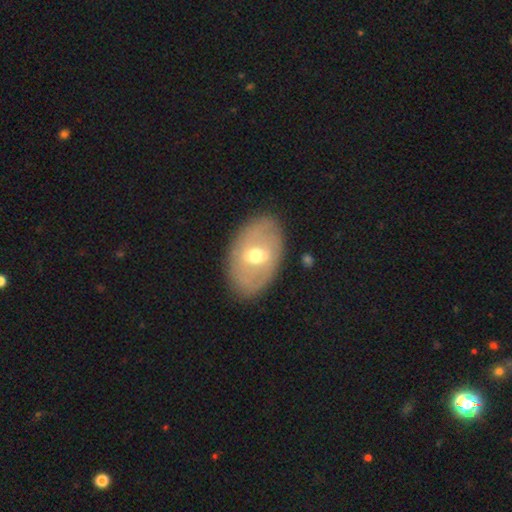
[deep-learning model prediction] A featured or disk galaxy (59%) with a weak bar (51%), no spiral arms (65%) and a moderate central bulge (70%).

Vote fractions:
- Smooth or featured? featured or disk: 59% / smooth: 35% / star or artifact: 6%
- Edge-on disk? no: 90% / yes: 10%
- Bar? weak: 51% / strong: 27% / no: 22%
- Spiral arms? no: 65% / yes: 35%
- Bulge size? moderate: 70% / small: 21% / large: 7% / dominant: 1% / none: 1%
- Merging? none: 84% / minor disturbance: 11% / major disturbance: 4% / merger: 1%